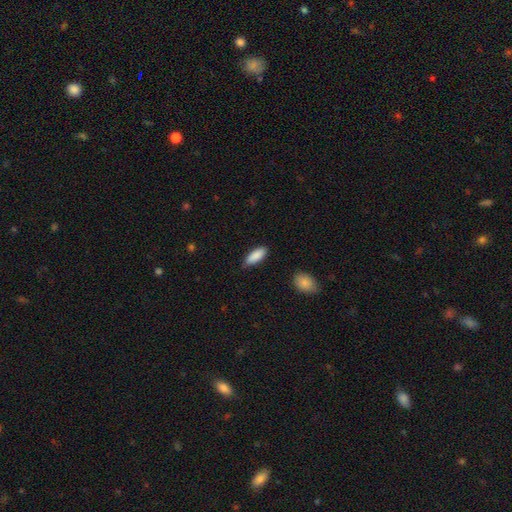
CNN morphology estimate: Q: Smooth or featured?
A: smooth (89%); runner-up: star or artifact (6%)
Q: How rounded?
A: in between (74%); runner-up: cigar-shaped (24%)
Q: Merging?
A: none (79%); runner-up: minor disturbance (17%)